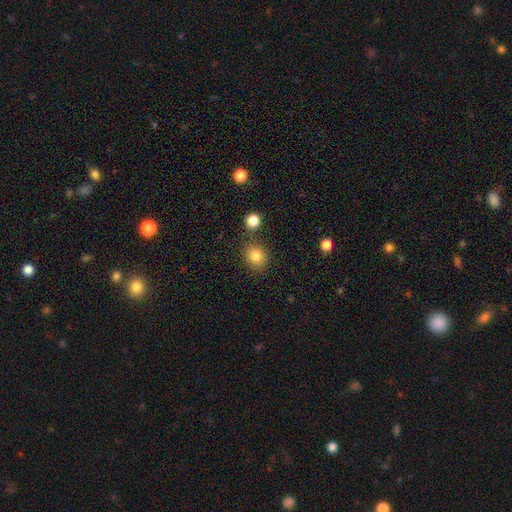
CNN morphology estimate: Smooth or featured? Predicted: smooth (p=0.83). How rounded? Predicted: round (p=0.73). Merging? Predicted: none (p=0.80).